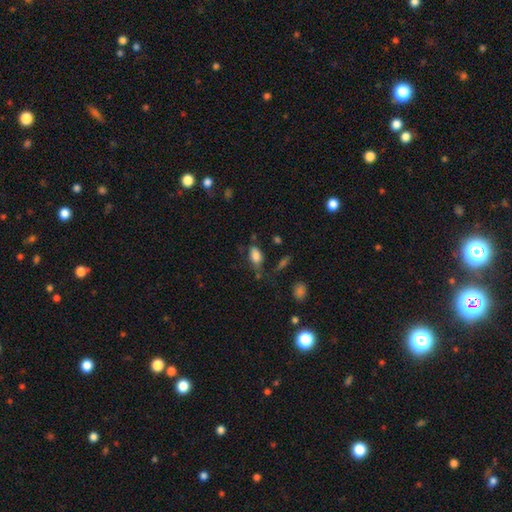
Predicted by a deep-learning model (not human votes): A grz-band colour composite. It shows a smooth galaxy with no disk features (78%) that is in between round and cigar-shaped (88%). Merging: none (54%).